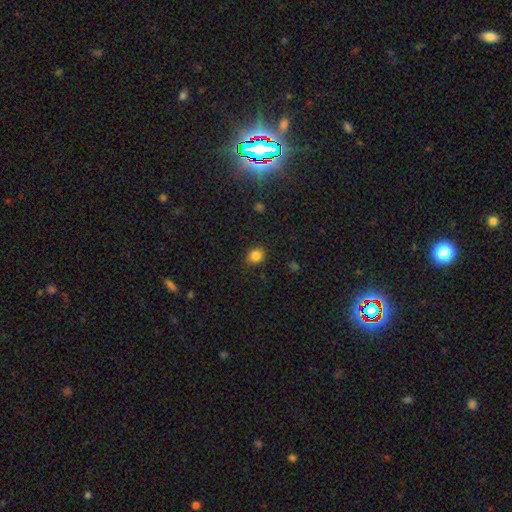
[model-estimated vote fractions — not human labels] A smooth galaxy with no disk features (84%) that is round (78%).

Vote fractions:
- Smooth or featured? smooth: 84% / star or artifact: 11% / featured or disk: 4%
- How rounded? round: 78% / in between: 21% / cigar-shaped: 1%
- Merging? none: 89% / minor disturbance: 8% / major disturbance: 2% / merger: 1%